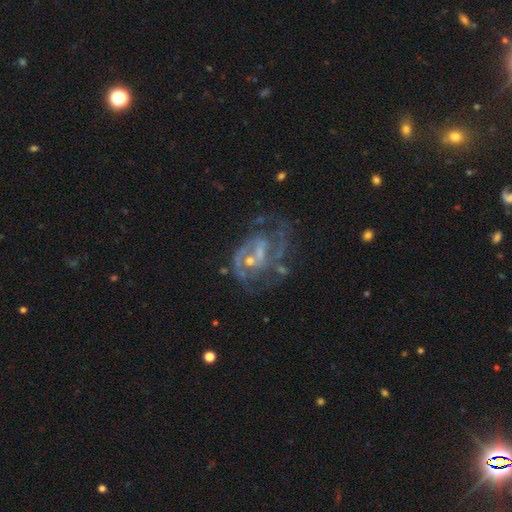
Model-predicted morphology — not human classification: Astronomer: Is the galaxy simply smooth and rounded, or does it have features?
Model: featured or disk — 79%.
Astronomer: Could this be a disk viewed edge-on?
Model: no — 97%.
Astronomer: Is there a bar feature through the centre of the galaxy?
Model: weak — 46% (runner-up: no, 39%).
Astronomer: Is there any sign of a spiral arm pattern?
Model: yes — 87%.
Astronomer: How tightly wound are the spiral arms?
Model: medium — 46% (runner-up: tight, 36%).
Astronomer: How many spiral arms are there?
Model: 2 — 48% (runner-up: can't tell, 25%).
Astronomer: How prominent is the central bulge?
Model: small — 64%.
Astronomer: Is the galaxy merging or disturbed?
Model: none — 55%.